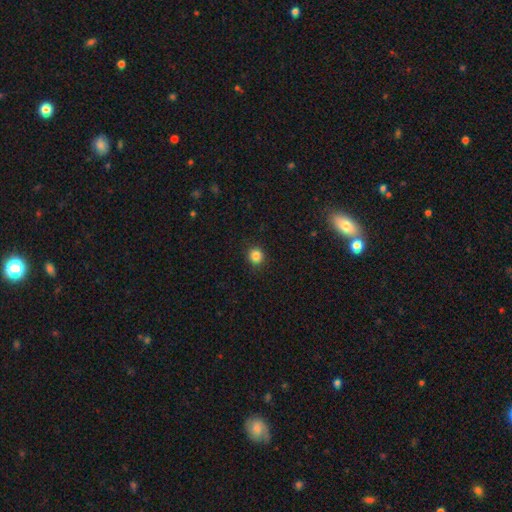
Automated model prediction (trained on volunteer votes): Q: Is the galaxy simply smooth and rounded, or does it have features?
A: smooth — 85%.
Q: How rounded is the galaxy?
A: round — 90%.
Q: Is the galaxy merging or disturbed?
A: none — 91%.